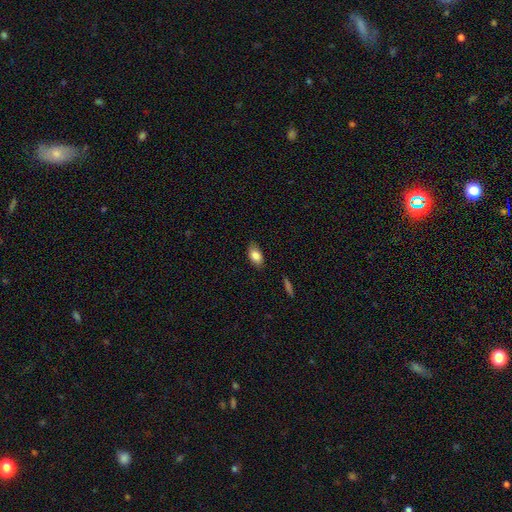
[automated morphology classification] Smooth or featured? smooth (83%)
How rounded? in between (90%)
Merging? none (79%)